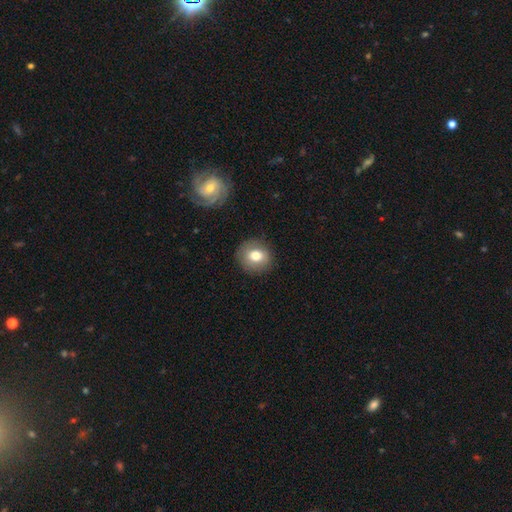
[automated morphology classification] smooth-or-featured: smooth: 74% | featured or disk: 17% | star or artifact: 9%
  how-rounded: round: 81% | in between: 18% | cigar-shaped: 1%
  merging: none: 85% | minor disturbance: 10% | major disturbance: 3% | merger: 1%